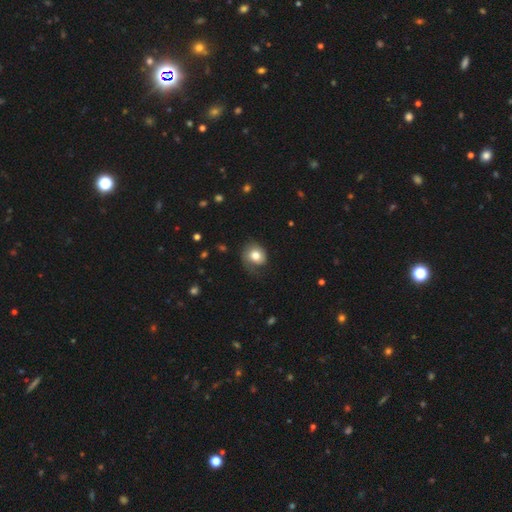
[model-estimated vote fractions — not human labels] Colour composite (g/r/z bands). It shows a smooth galaxy with no disk features (68%) that is round (60%). Merging: none (53%).